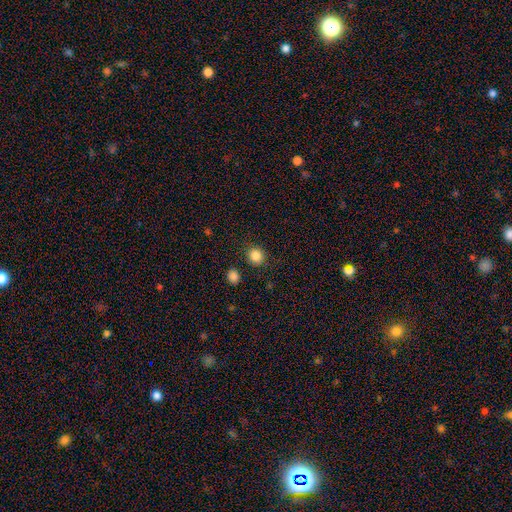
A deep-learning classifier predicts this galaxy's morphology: Overall: smooth (86%). How rounded: round (85%). Merging: none (87%).